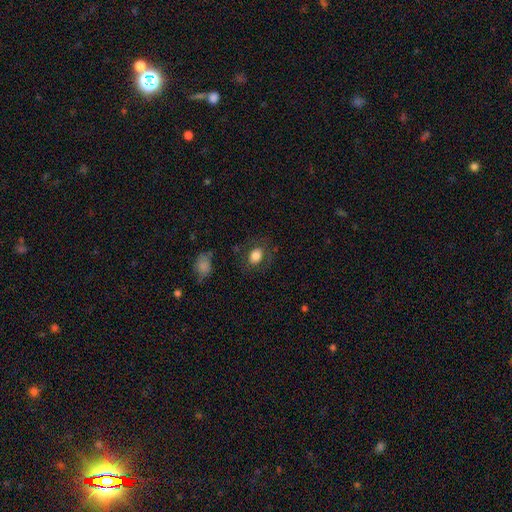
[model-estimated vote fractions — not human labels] Smooth or featured? Predicted: smooth (p=0.77). How rounded? Predicted: in between (p=0.58). Merging? Predicted: none (p=0.75).